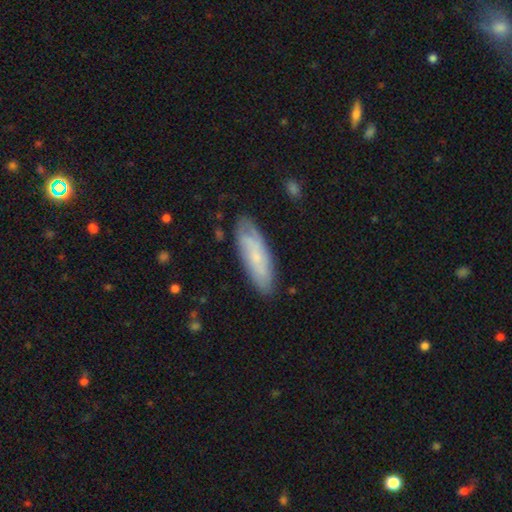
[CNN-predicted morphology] Overall: smooth (54%; featured or disk 39%). How rounded: in between (54%; cigar-shaped 44%). Merging: none (76%).